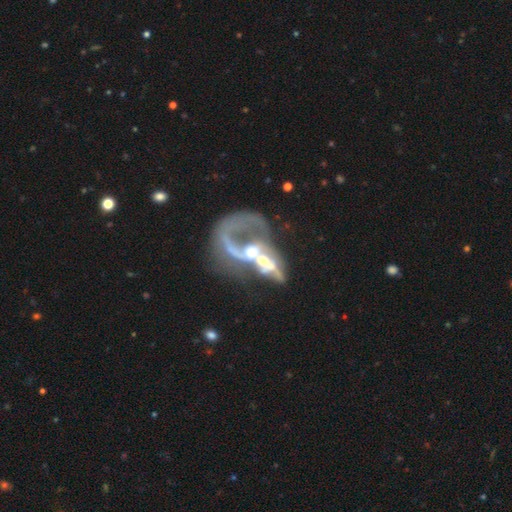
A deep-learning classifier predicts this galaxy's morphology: This is likely a featured or disk galaxy (77%). It is clearly not viewed edge-on (96%). Bar: likely no (67%). Spiral arm pattern: likely yes (64%). Central bulge: possibly moderate (55%). Merging: likely merger (69%).